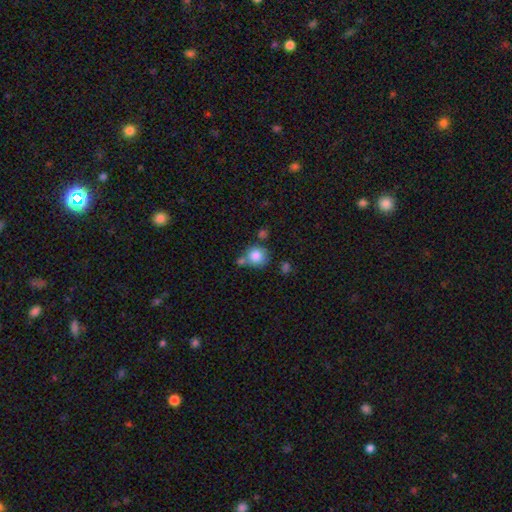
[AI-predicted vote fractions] smooth-or-featured: smooth: 83% | star or artifact: 9% | featured or disk: 8%
  how-rounded: round: 86% | in between: 13% | cigar-shaped: 1%
  merging: none: 56% | merger: 22% | minor disturbance: 16% | major disturbance: 6%